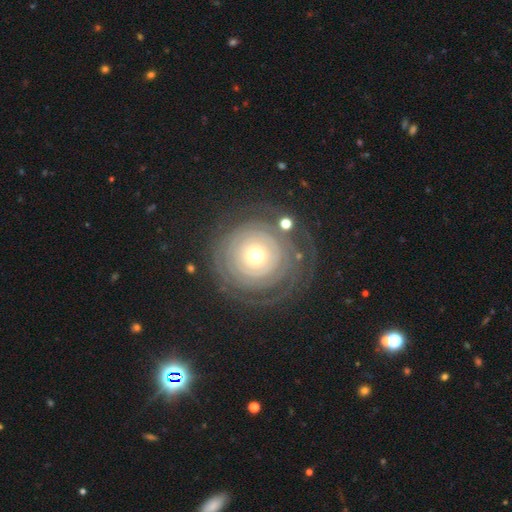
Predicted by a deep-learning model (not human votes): Smooth or featured: featured or disk — 79% (smooth — 14%)
Edge-on disk: no — 97% (yes — 3%)
Bar: no — 87% (weak — 9%)
Spiral arms: yes — 85% (no — 15%)
Spiral winding: tight — 88% (medium — 8%)
Spiral arm count: can't tell — 39% (more than 4 — 15%)
Bulge size: moderate — 65% (small — 24%)
Merging: none — 75% (minor disturbance — 13%)